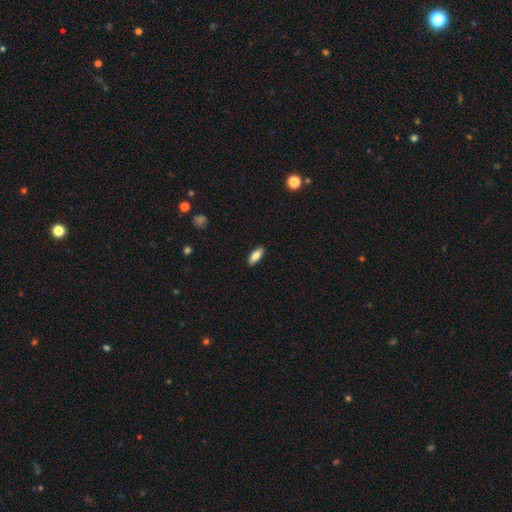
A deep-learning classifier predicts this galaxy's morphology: Smooth or featured: smooth — 78% (featured or disk — 16%)
How rounded: in between — 76% (cigar-shaped — 21%)
Merging: none — 90% (minor disturbance — 8%)